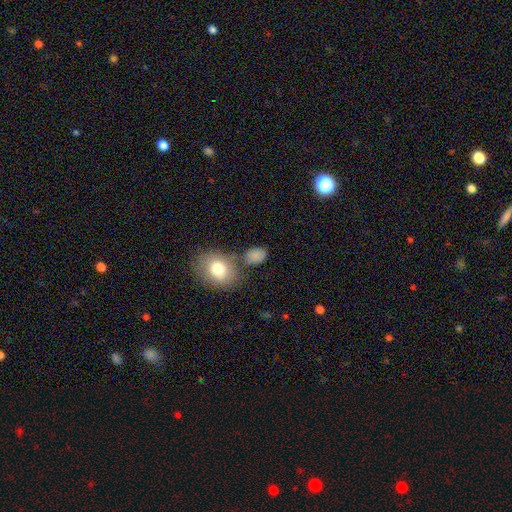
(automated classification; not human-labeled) This is clearly a smooth galaxy (83%). How rounded: likely in between (70%). Merging: likely none (64%).